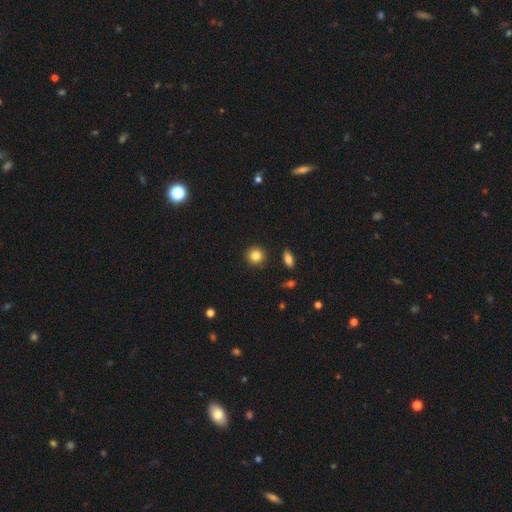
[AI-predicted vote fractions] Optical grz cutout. It shows a smooth galaxy with no disk features (85%) that is round (92%). Merging: none (91%).